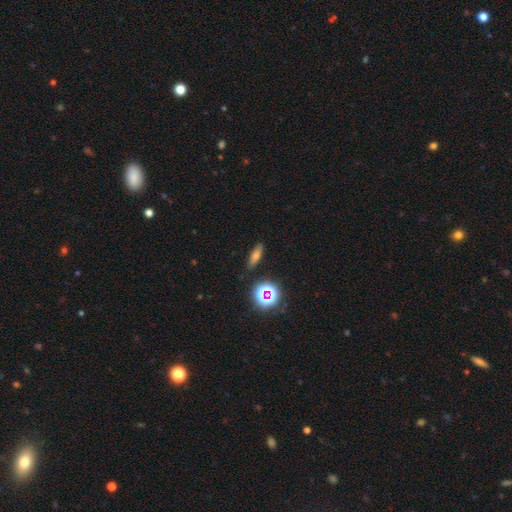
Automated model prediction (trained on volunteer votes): smooth_or_featured: smooth (p=0.60) [alt: featured or disk p=0.22]
how_rounded: cigar-shaped (p=0.46) [alt: in between p=0.43]
merging: none (p=0.87) [alt: minor disturbance p=0.09]